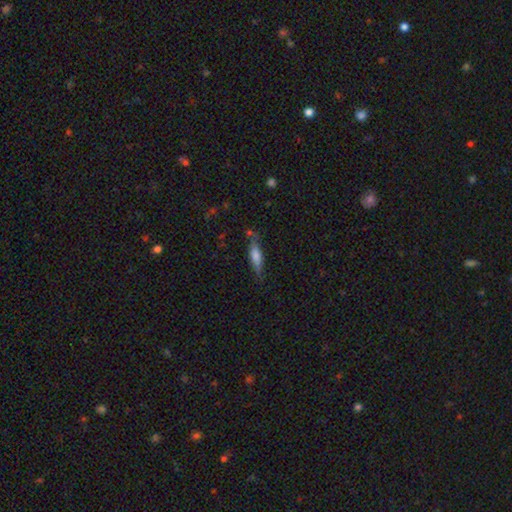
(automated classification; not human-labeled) Morphology: type=smooth (55%); roundness=cigar-shaped (66%); merging=none (71%).